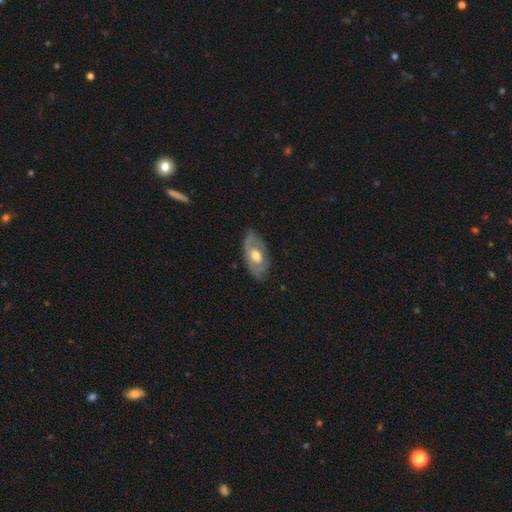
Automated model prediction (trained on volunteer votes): A featured or disk galaxy (61%) with no bar (68%), spiral arms (50%, tied with no) and a moderate central bulge (71%). Merging: none (71%).